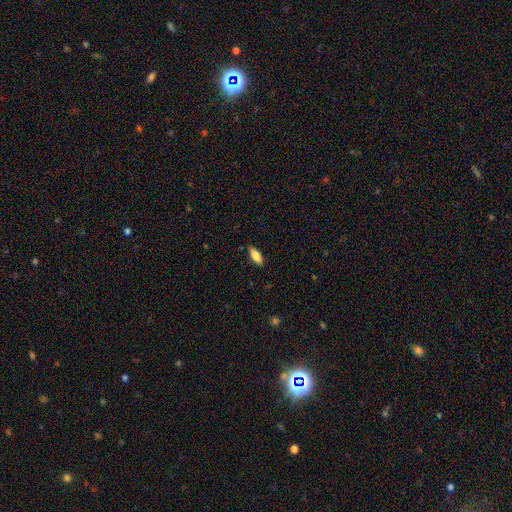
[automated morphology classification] This is clearly a smooth galaxy (81%). How rounded: likely in between (73%). Merging: clearly none (86%).